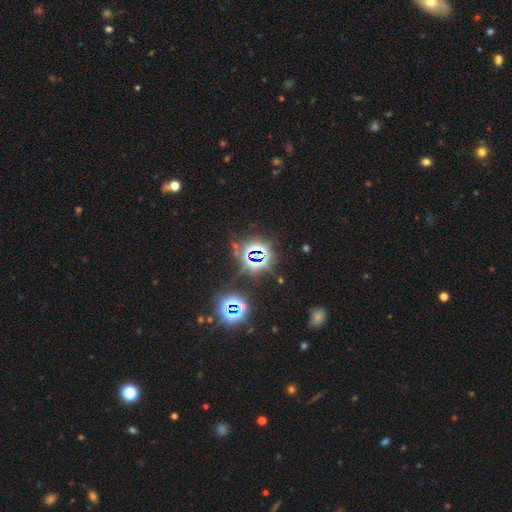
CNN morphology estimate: Smooth or featured? star or artifact (80%)